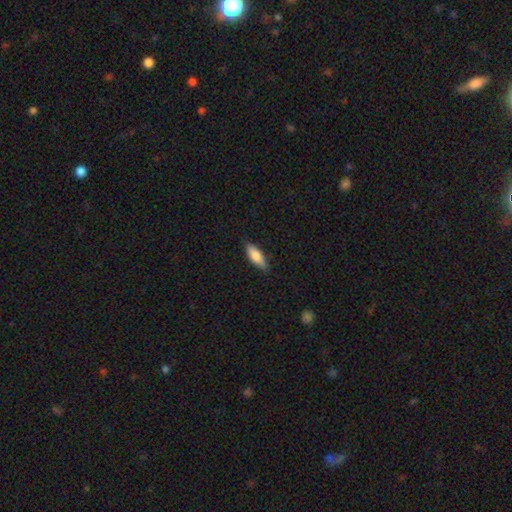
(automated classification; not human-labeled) Smooth or featured? Predicted: smooth (p=0.76). How rounded? Predicted: in between (p=0.61). Merging? Predicted: none (p=0.86).